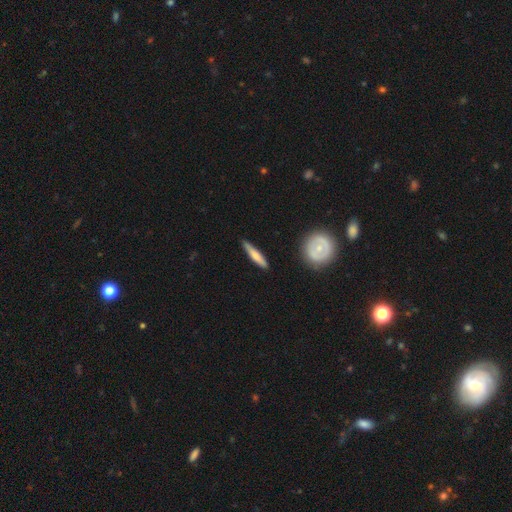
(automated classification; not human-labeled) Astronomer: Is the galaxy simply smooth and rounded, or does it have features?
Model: smooth — 59% (runner-up: featured or disk, 35%).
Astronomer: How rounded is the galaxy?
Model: cigar-shaped — 88%.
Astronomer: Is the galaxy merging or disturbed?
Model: none — 85%.